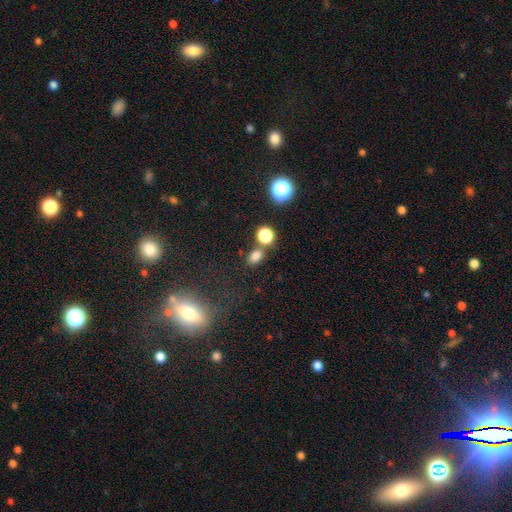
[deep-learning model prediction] This appears to be a smooth galaxy with no disk features (77%) that is in between round and cigar-shaped (67%). Merging: none (69%).